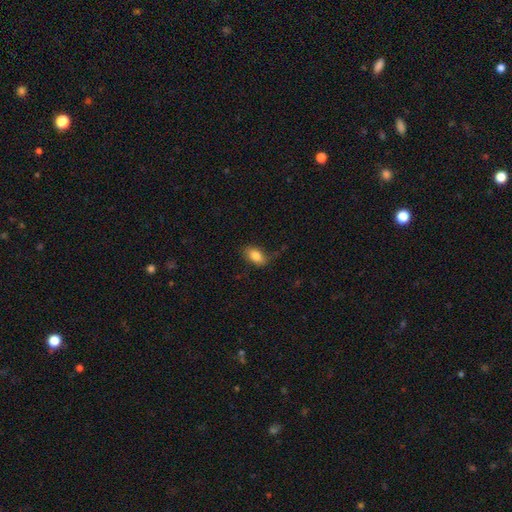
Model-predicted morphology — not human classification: smooth 84%, featured or disk 8%, star or artifact 8%. Down the decision tree: how rounded — in between (90%); merging — none (76%).